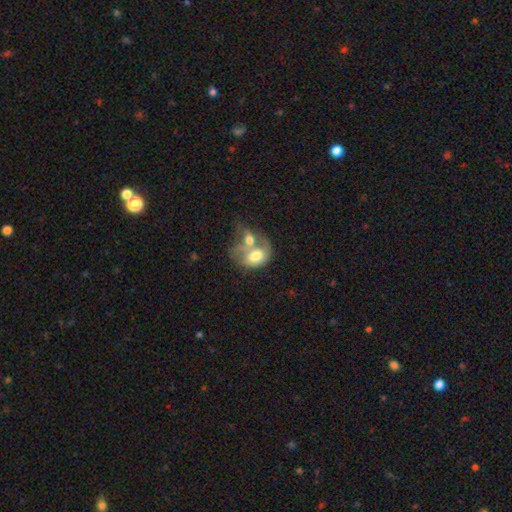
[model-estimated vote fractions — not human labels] Smooth or featured? smooth (57%)
How rounded? in between (73%)
Merging? merger (75%)